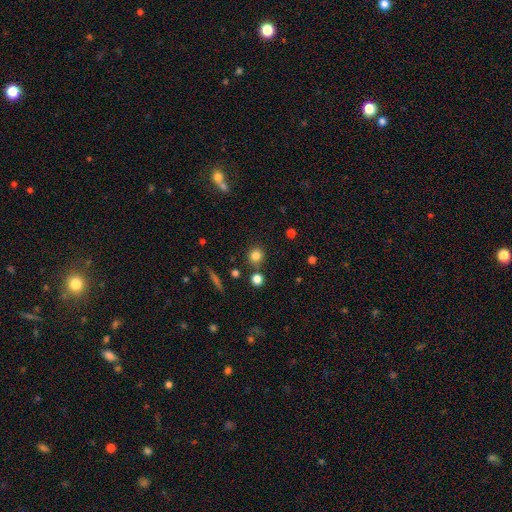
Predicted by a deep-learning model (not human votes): This is clearly a smooth galaxy (81%). How rounded: clearly round (90%). Merging: likely none (79%).